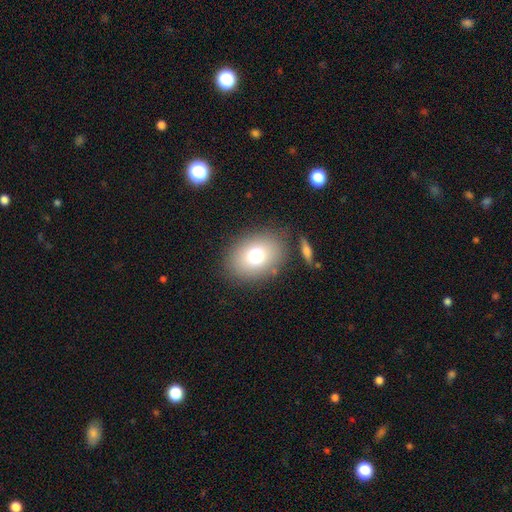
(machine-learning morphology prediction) Smooth or featured? smooth (75%)
How rounded? in between (61%)
Merging? none (82%)